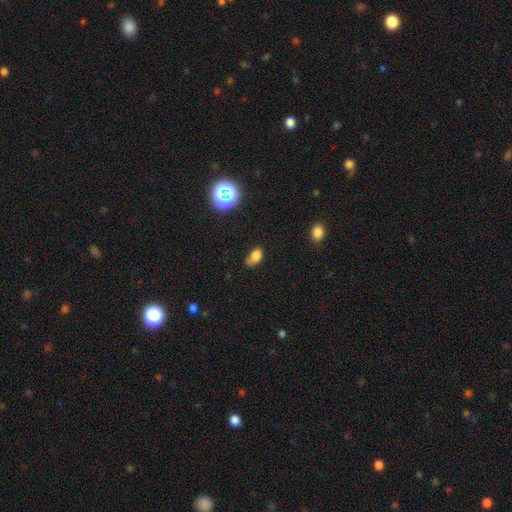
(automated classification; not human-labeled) Q: Smooth or featured?
A: smooth (75%); runner-up: star or artifact (14%)
Q: How rounded?
A: in between (84%); runner-up: round (13%)
Q: Merging?
A: none (45%); runner-up: minor disturbance (36%)